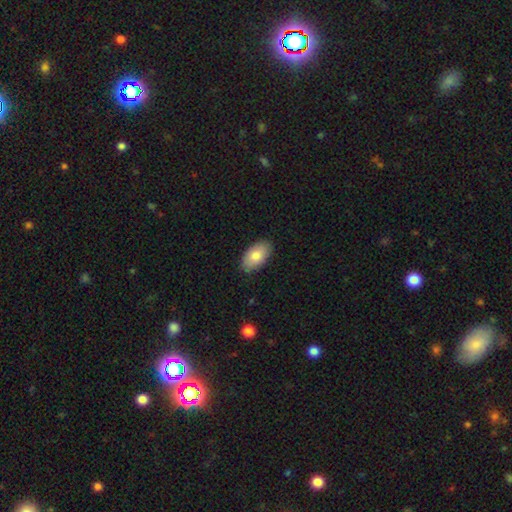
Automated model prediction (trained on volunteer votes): Morphology: type=smooth (82%); roundness=in between (94%); merging=none (86%).